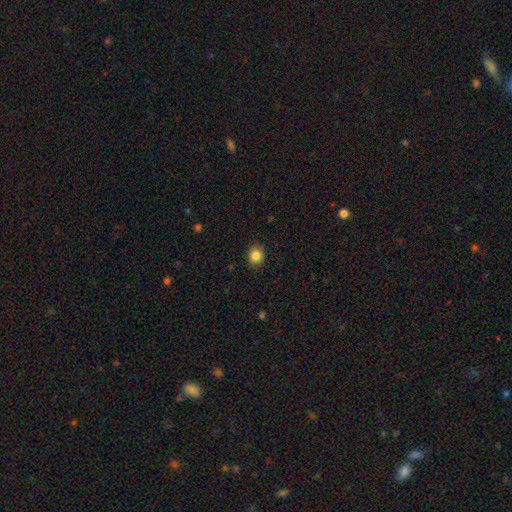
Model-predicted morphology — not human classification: smooth 84%, star or artifact 10%, featured or disk 5%. Down the decision tree: how rounded — round (75%); merging — none (89%).